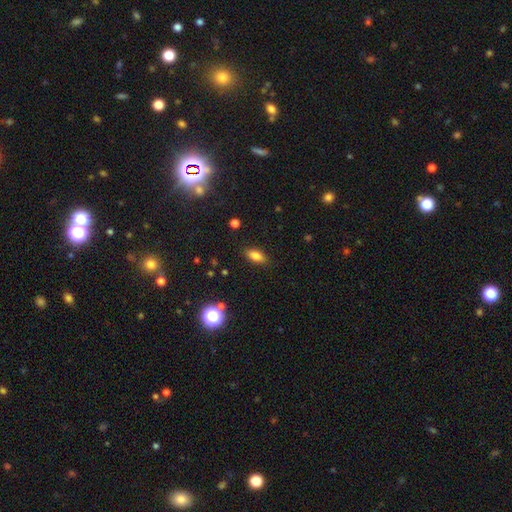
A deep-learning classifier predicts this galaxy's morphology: Q: Smooth or featured?
A: smooth (80%); runner-up: star or artifact (11%)
Q: How rounded?
A: in between (82%); runner-up: cigar-shaped (13%)
Q: Merging?
A: none (86%); runner-up: minor disturbance (10%)